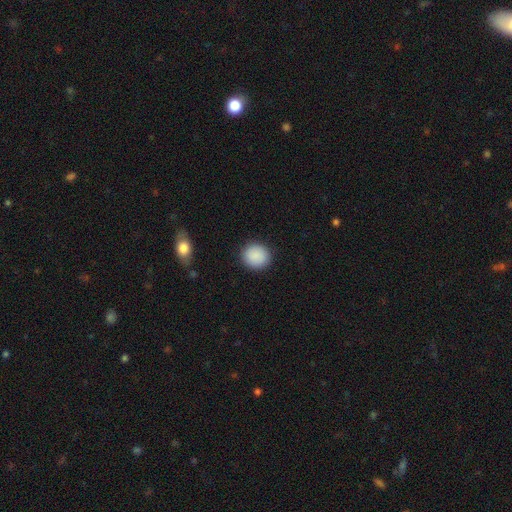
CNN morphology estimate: A smooth galaxy with no disk features (89%) that is round (85%).

Vote fractions:
- Smooth or featured? smooth: 89% / star or artifact: 7% / featured or disk: 4%
- How rounded? round: 85% / in between: 14% / cigar-shaped: 1%
- Merging? none: 90% / minor disturbance: 7% / major disturbance: 2% / merger: 1%